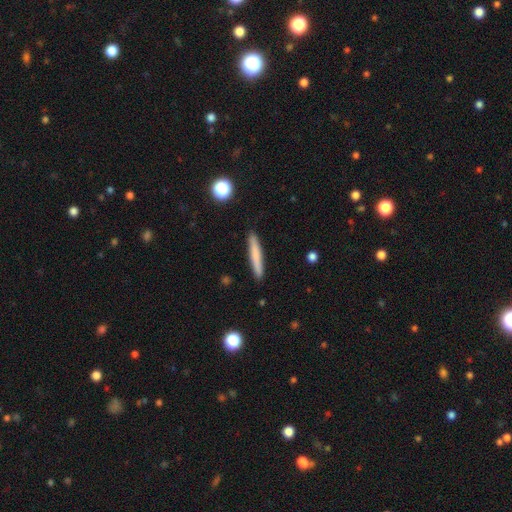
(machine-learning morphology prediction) A smooth galaxy with no disk features (72%) that is cigar-shaped (95%). Merging: none (90%).